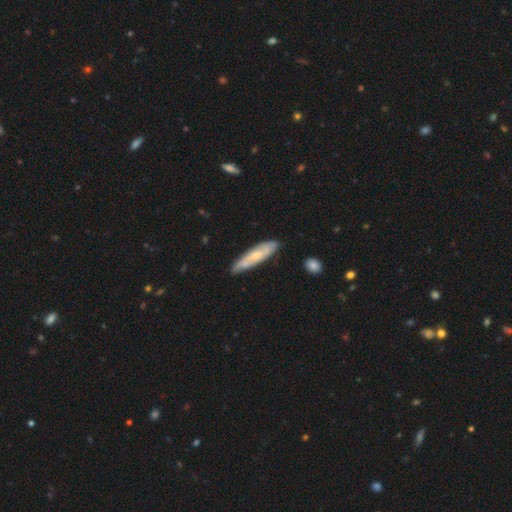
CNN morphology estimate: smooth-or-featured: featured or disk: 48% | smooth: 46% | star or artifact: 6%
  merging: none: 77% | minor disturbance: 18% | major disturbance: 3% | merger: 2%